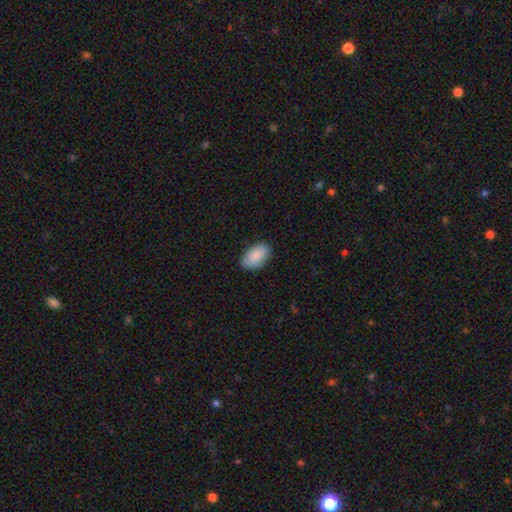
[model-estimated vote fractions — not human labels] Smooth or featured? smooth (87%)
How rounded? in between (94%)
Merging? none (82%)